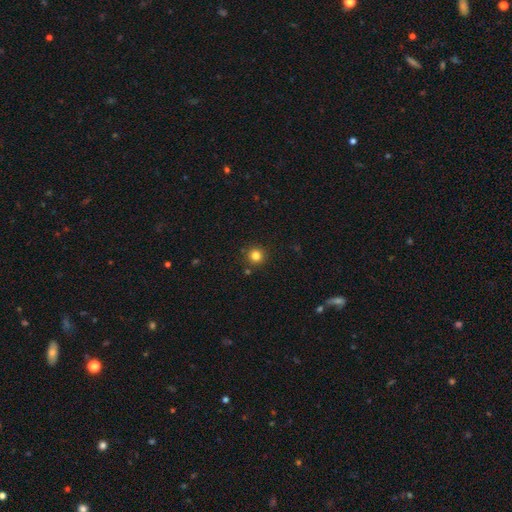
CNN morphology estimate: The model was most divided on "smooth or featured": smooth: 82%, star or artifact: 13%, featured or disk: 5%. More confident: how rounded — round (95%); merging — none (89%).